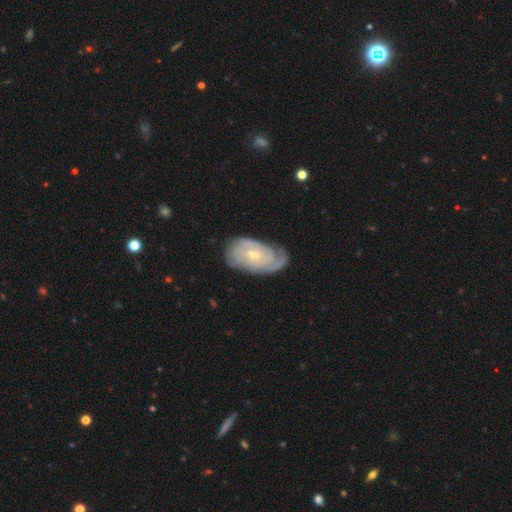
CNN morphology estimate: Smooth or featured: featured or disk — 79% (smooth — 15%)
Edge-on disk: no — 95% (yes — 5%)
Bar: no — 63% (weak — 32%)
Spiral arms: yes — 93% (no — 7%)
Spiral winding: tight — 73% (medium — 21%)
Spiral arm count: can't tell — 41% (2 — 27%)
Bulge size: small — 54% (moderate — 42%)
Merging: none — 71% (minor disturbance — 22%)